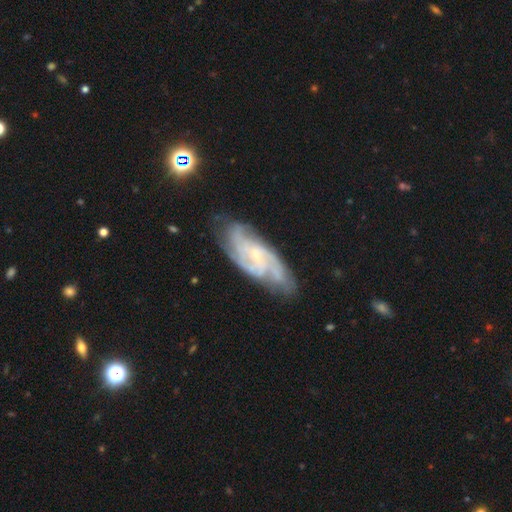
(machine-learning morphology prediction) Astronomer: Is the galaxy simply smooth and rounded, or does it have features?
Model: featured or disk — 84%.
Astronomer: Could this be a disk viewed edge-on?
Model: no — 92%.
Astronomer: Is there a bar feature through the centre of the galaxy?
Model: no — 51% (runner-up: weak, 40%).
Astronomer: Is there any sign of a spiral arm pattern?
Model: yes — 96%.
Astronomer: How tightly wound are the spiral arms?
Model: tight — 49% (runner-up: medium, 41%).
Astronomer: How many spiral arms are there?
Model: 3 — 30% (runner-up: can't tell, 22%).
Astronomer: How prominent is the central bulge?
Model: small — 66%.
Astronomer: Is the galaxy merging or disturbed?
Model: none — 72%.